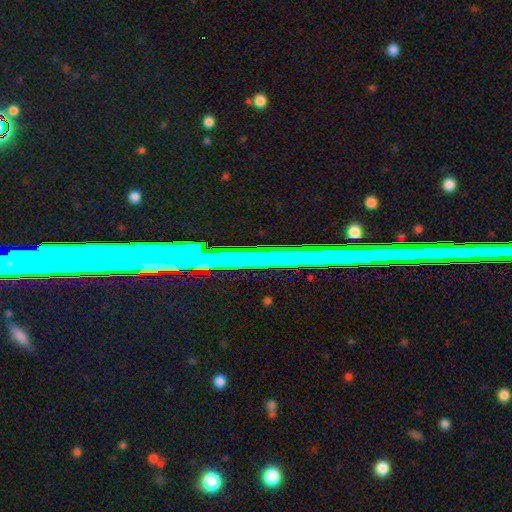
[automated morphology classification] type=star or artifact (61%).